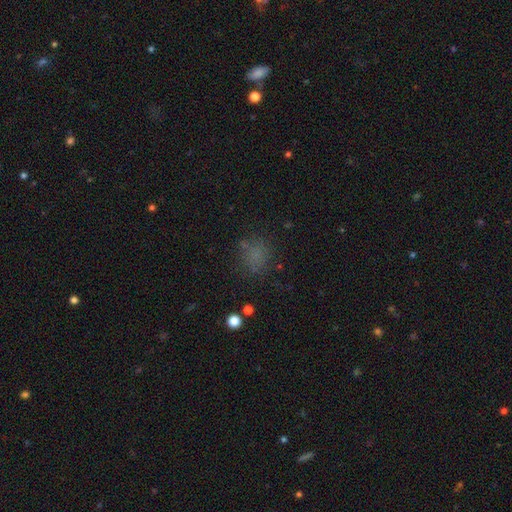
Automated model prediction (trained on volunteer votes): This is likely a smooth galaxy (67%). How rounded: likely round (69%). Merging: likely none (73%).